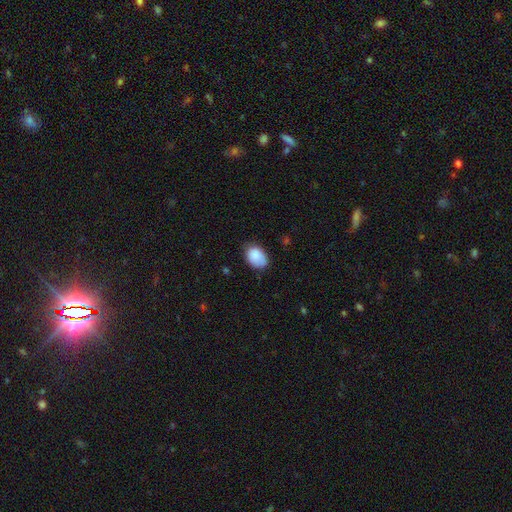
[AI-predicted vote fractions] Q: Smooth or featured?
A: smooth (87%); runner-up: star or artifact (7%)
Q: How rounded?
A: in between (82%); runner-up: round (17%)
Q: Merging?
A: none (64%); runner-up: minor disturbance (28%)